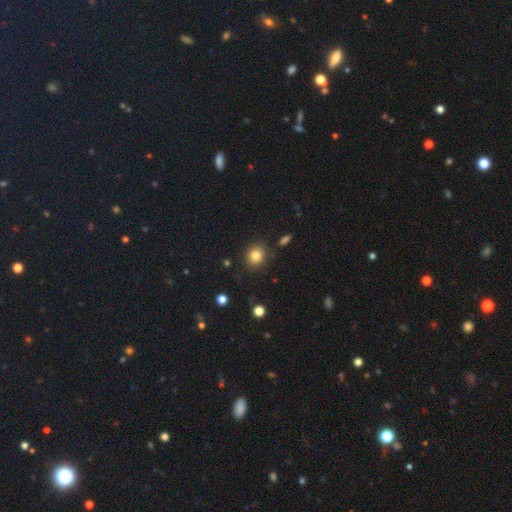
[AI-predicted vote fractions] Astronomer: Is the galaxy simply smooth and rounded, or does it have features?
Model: smooth — 83%.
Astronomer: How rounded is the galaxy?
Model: round — 78%.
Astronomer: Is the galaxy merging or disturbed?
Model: none — 87%.